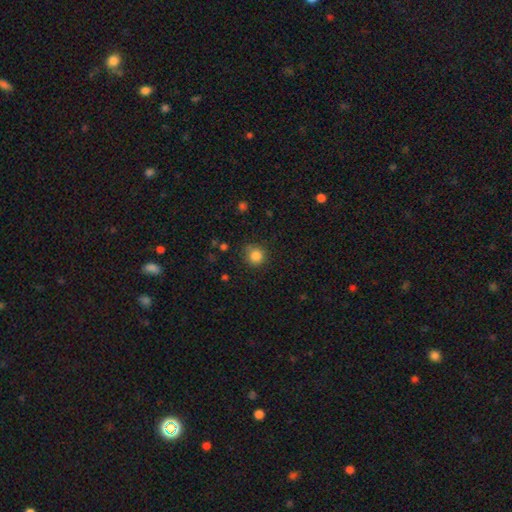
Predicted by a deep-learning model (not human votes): This appears to be a smooth galaxy with no disk features (84%) that is round (91%). Merging: none (79%).